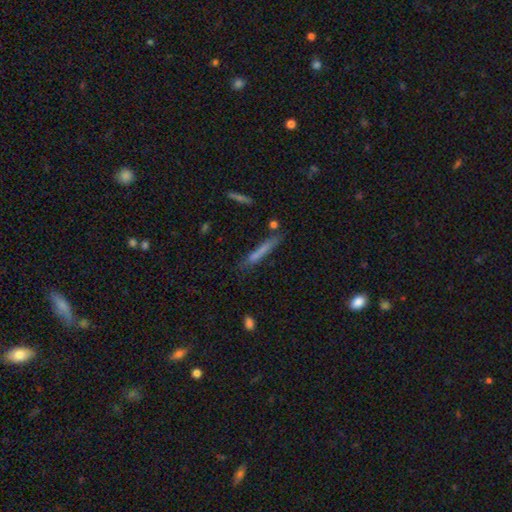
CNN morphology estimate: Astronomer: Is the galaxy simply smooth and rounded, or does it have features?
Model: smooth — 60%.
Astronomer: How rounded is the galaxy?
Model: cigar-shaped — 94%.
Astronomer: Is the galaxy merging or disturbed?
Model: none — 75%.